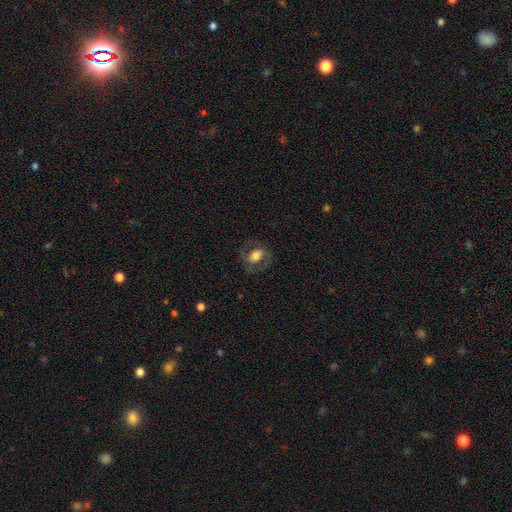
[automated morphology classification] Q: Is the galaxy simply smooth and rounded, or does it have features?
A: smooth — 47%.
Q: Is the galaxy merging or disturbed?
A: none — 66%.